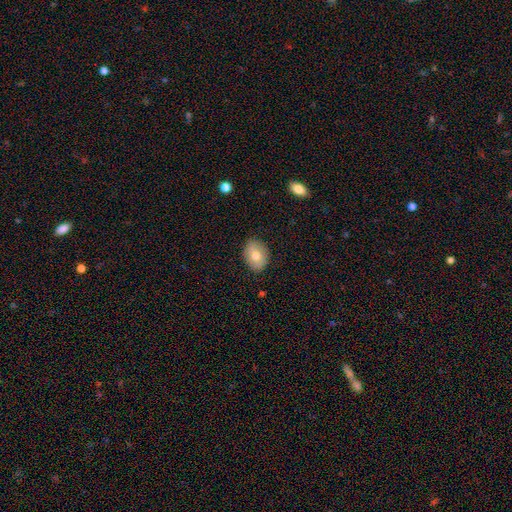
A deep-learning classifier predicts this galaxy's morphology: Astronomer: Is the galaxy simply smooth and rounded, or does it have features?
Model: smooth — 74%.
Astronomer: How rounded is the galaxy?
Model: in between — 68%.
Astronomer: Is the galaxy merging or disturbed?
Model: none — 87%.